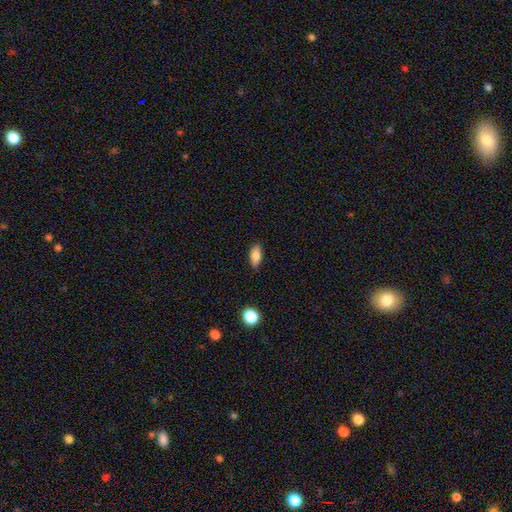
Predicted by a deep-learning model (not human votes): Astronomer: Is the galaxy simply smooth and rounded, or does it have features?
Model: smooth — 84%.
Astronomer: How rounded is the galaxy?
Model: in between — 86%.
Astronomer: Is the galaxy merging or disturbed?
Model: none — 85%.